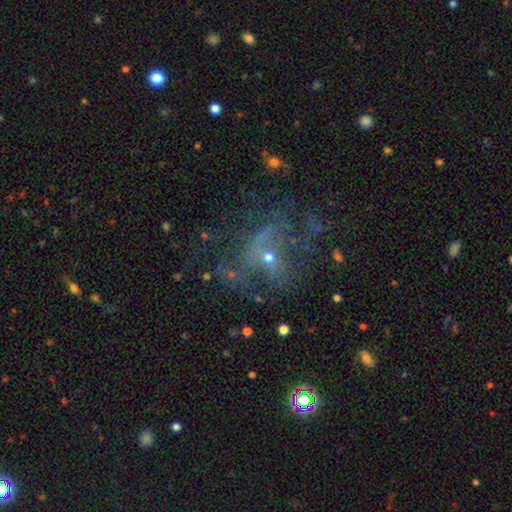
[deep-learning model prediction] This is possibly a featured or disk galaxy (51%). It is clearly not viewed edge-on (95%). Merging: possibly none (49%).